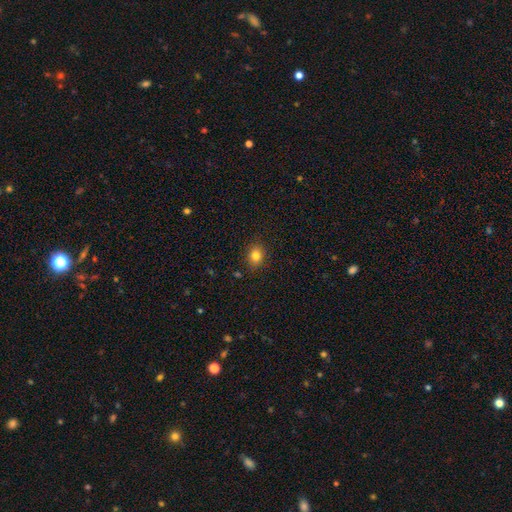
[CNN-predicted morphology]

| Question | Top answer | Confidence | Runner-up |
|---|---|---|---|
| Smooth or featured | smooth | 81% | star or artifact (12%) |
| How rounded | round | 55% | in between (44%) |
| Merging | none | 88% | minor disturbance (9%) |